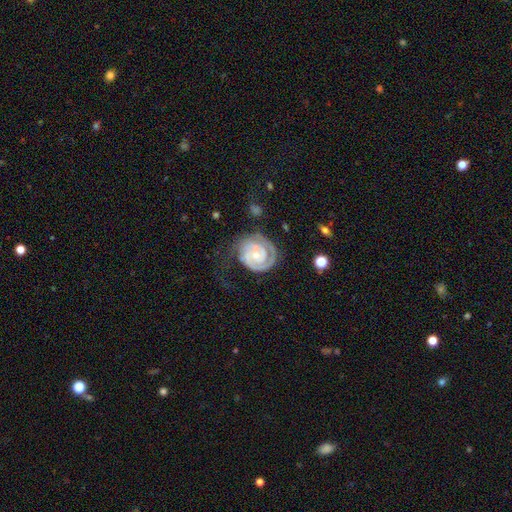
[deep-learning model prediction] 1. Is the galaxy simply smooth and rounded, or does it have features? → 89% featured or disk, 7% smooth, 5% star or artifact.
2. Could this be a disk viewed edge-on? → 98% no, 2% yes.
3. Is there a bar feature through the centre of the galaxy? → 67% no, 26% weak, 7% strong.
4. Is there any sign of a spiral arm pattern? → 97% yes, 3% no.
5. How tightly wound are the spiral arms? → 76% tight, 20% medium, 4% loose.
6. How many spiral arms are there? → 56% 2, 14% 1, 14% 3, 12% can't tell, 3% 4, 3% more than 4.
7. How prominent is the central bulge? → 67% small, 26% moderate, 3% none, 2% large, 1% dominant.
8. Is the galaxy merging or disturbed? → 56% none, 22% minor disturbance, 18% major disturbance, 4% merger.